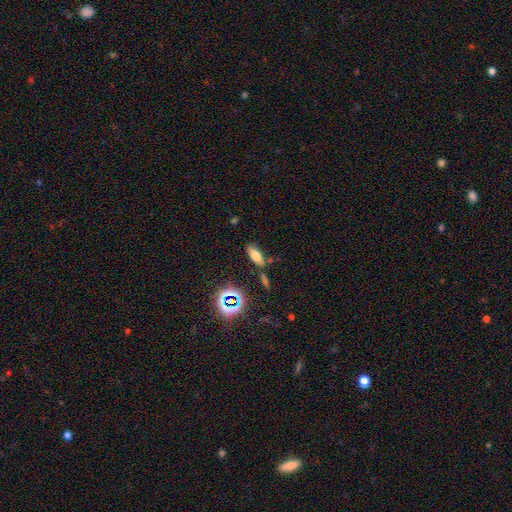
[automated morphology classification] Smooth or featured: smooth — 66% (star or artifact — 18%)
How rounded: in between — 73% (cigar-shaped — 22%)
Merging: none — 73% (minor disturbance — 14%)